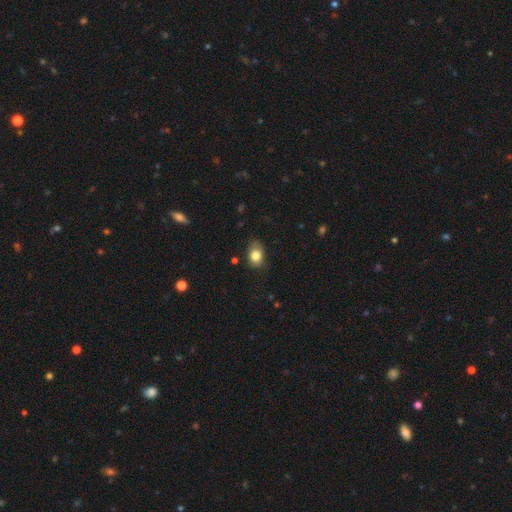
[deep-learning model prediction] This appears to be a smooth galaxy with no disk features (82%) that is in between round and cigar-shaped (73%). Merging: none (68%).